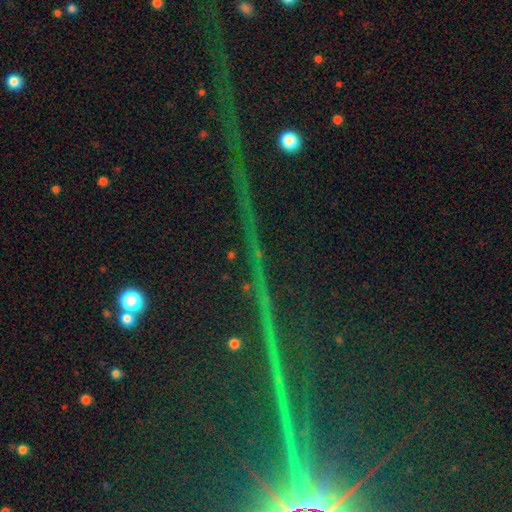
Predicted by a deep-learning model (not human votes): Q: Smooth or featured?
A: star or artifact (87%); runner-up: featured or disk (8%)